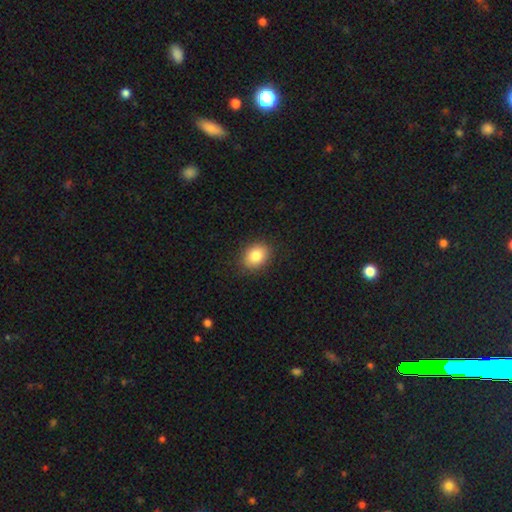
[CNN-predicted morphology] The model was most divided on "how rounded": in between: 56%, round: 43%, cigar-shaped: 1%. More confident: merging — none (88%); smooth or featured — smooth (84%).